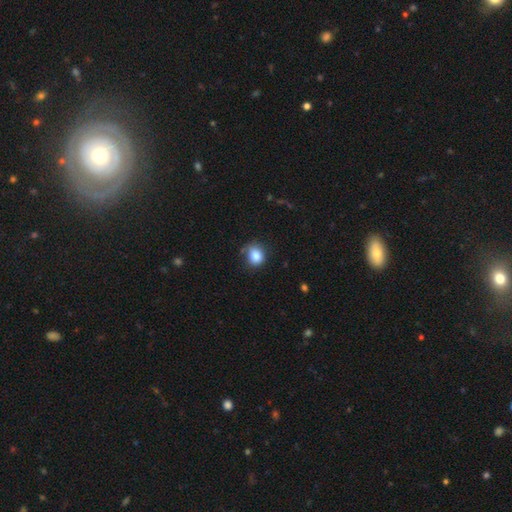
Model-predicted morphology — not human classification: smooth-or-featured: smooth: 84% | star or artifact: 10% | featured or disk: 6%
  how-rounded: round: 71% | in between: 28% | cigar-shaped: 1%
  merging: none: 69% | minor disturbance: 23% | major disturbance: 5% | merger: 3%